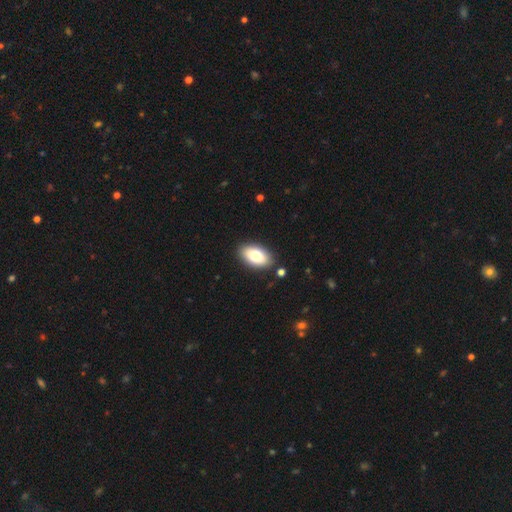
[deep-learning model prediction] The model was most divided on "smooth or featured": smooth: 79%, featured or disk: 14%, star or artifact: 7%. More confident: how rounded — in between (93%); merging — none (87%).